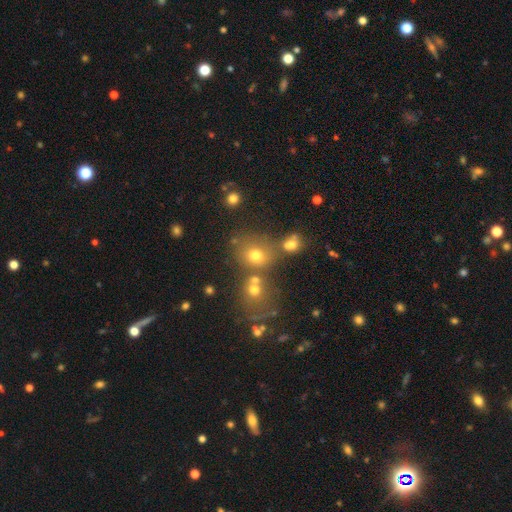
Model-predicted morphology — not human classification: The model was most divided on "merging": none: 57%, merger: 24%, minor disturbance: 12%, major disturbance: 7%. More confident: how rounded — round (71%); smooth or featured — smooth (70%).